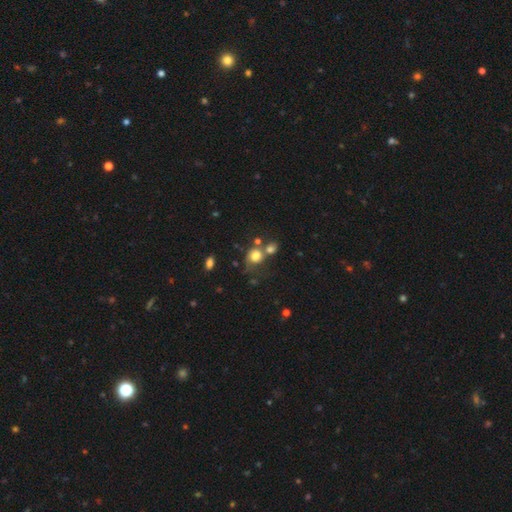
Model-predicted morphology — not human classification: The model was most divided on "merging": none: 40%, merger: 35%, minor disturbance: 15%, major disturbance: 10%. More confident: smooth or featured — smooth (76%); how rounded — round (74%).